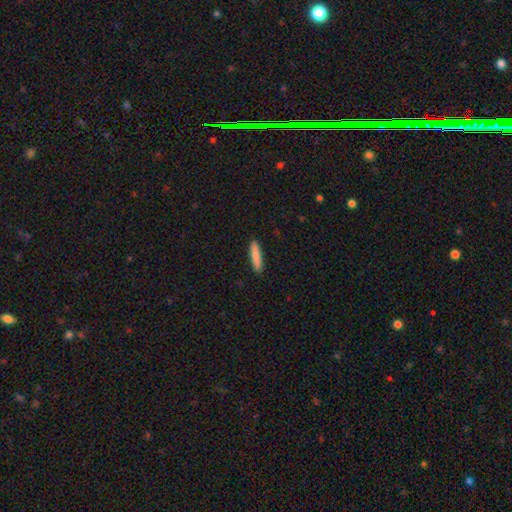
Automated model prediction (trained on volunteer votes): This is clearly a smooth galaxy (84%). How rounded: clearly cigar-shaped (86%). Merging: clearly none (91%).